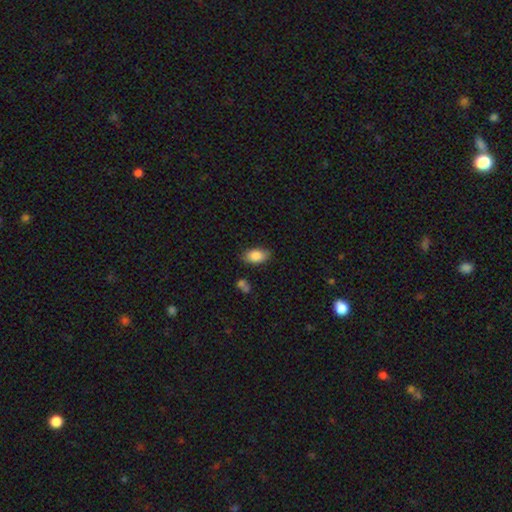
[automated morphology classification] smooth-or-featured: smooth: 86% | star or artifact: 7% | featured or disk: 6%
  how-rounded: in between: 92% | round: 5% | cigar-shaped: 3%
  merging: none: 82% | minor disturbance: 13% | major disturbance: 3% | merger: 3%